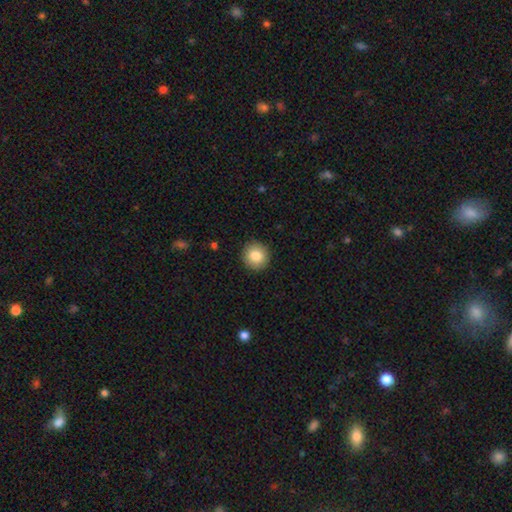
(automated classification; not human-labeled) The model was most divided on "smooth or featured": smooth: 84%, star or artifact: 9%, featured or disk: 8%. More confident: how rounded — round (94%); merging — none (92%).